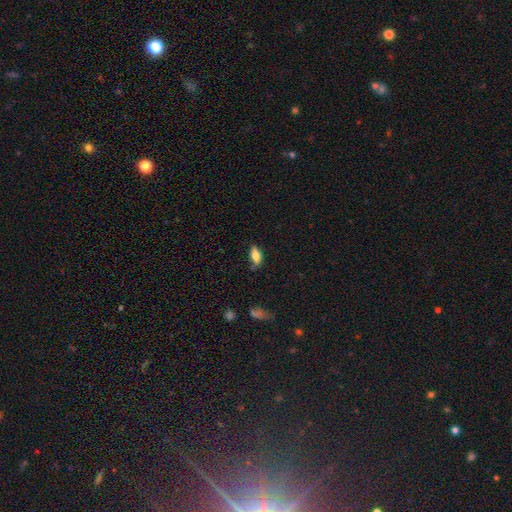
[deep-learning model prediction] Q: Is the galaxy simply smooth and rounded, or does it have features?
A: smooth — 68%.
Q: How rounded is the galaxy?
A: in between — 79%.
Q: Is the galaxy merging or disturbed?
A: none — 71%.